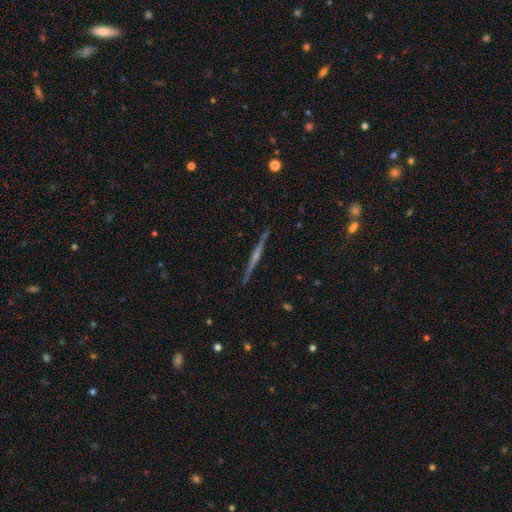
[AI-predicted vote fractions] featured or disk 80%, smooth 13%, star or artifact 7%. Down the decision tree: edge-on disk — yes (98%); edge-on bulge — rounded (69%); merging — none (92%).